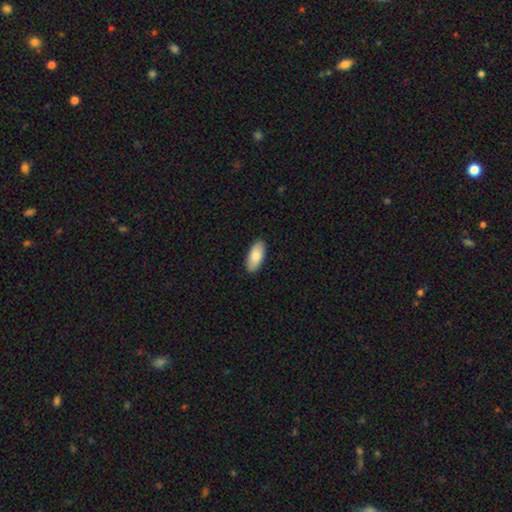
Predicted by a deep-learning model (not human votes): smooth-or-featured: smooth: 84% | featured or disk: 10% | star or artifact: 6%
  how-rounded: in between: 90% | cigar-shaped: 8% | round: 2%
  merging: none: 90% | minor disturbance: 8% | major disturbance: 2% | merger: 1%